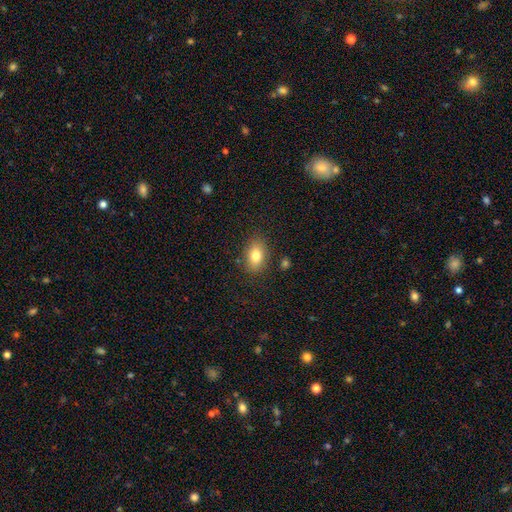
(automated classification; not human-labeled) The model was most divided on "how rounded": in between: 83%, round: 15%, cigar-shaped: 2%. More confident: merging — none (83%); smooth or featured — smooth (80%).